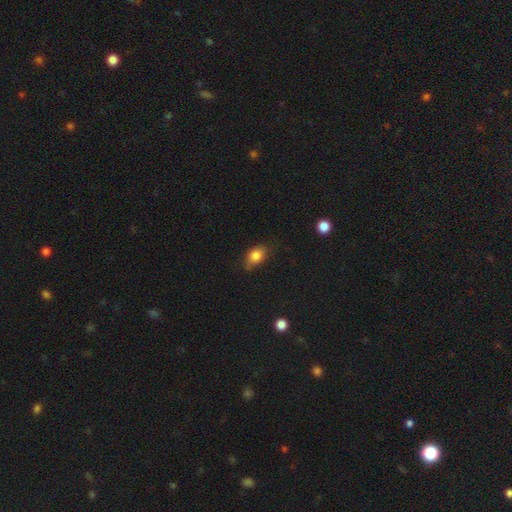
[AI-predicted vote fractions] Smooth or featured: smooth — 80% (featured or disk — 10%)
How rounded: in between — 76% (round — 21%)
Merging: none — 65% (minor disturbance — 27%)